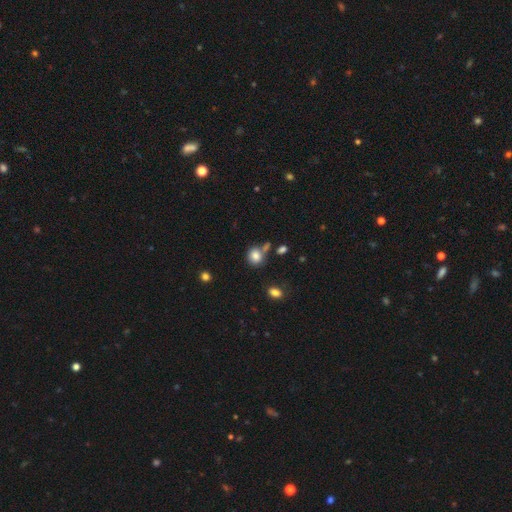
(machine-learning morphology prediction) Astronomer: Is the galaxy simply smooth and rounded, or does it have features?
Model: smooth — 82%.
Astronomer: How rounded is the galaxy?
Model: round — 72%.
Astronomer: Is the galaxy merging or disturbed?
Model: none — 63%.